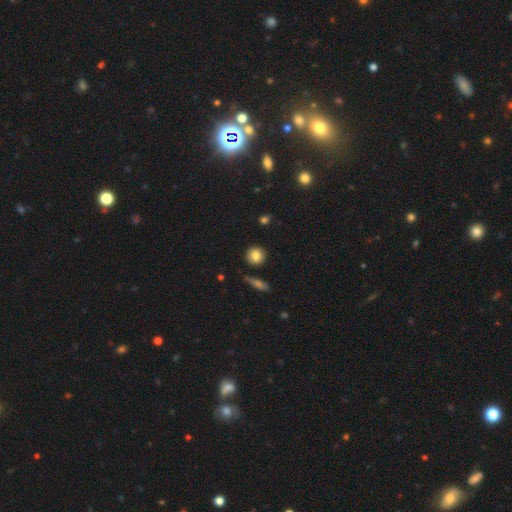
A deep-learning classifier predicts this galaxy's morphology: smooth_or_featured: smooth (p=0.83) [alt: featured or disk p=0.09]
how_rounded: round (p=0.88) [alt: in between p=0.10]
merging: none (p=0.87) [alt: minor disturbance p=0.08]